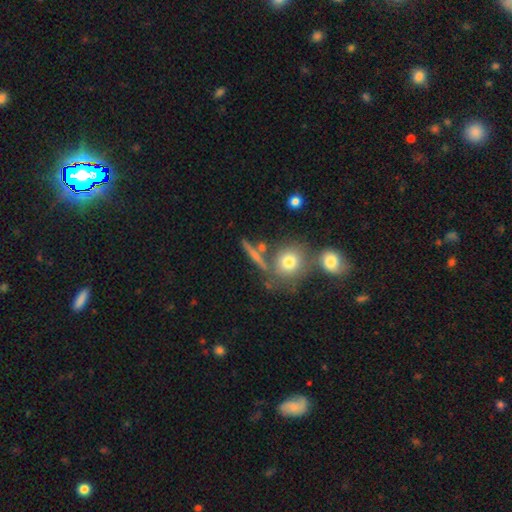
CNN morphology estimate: Smooth or featured? Predicted: smooth (p=0.55). How rounded? Predicted: round (p=0.47). Merging? Predicted: none (p=0.67).